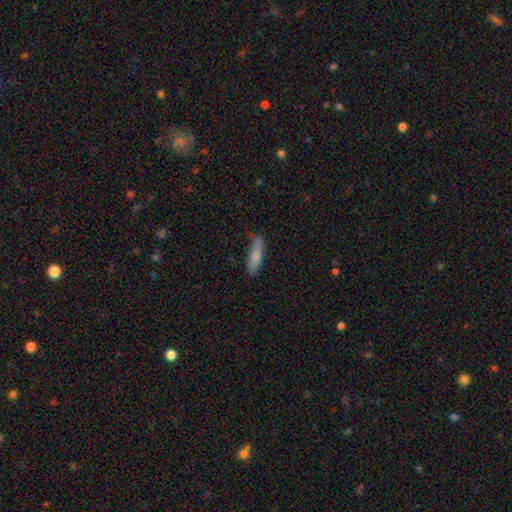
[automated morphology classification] type=smooth (79%); roundness=cigar-shaped (53%); merging=none (70%).